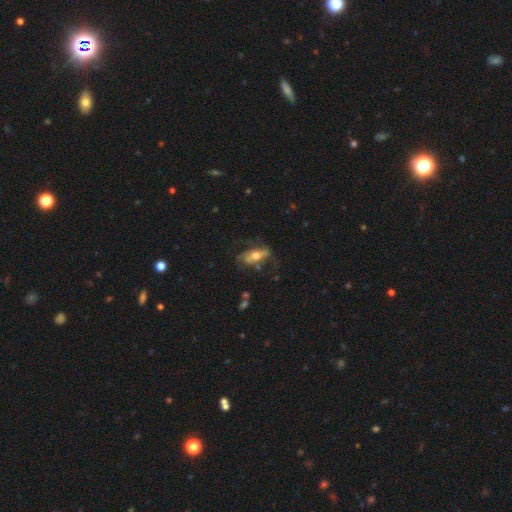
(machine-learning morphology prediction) smooth_or_featured: featured or disk (p=0.57) [alt: smooth p=0.36]
disk_edge_on: no (p=0.80) [alt: yes p=0.20]
merging: none (p=0.43) [alt: major disturbance p=0.28]